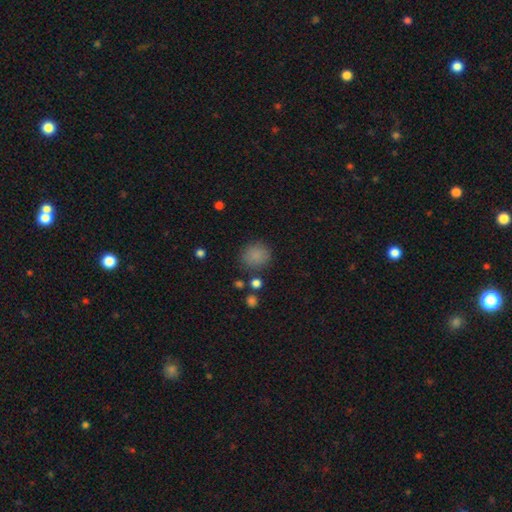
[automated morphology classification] The model was most divided on "how rounded": round: 83%, in between: 16%, cigar-shaped: 1%. More confident: smooth or featured — smooth (83%); merging — none (80%).